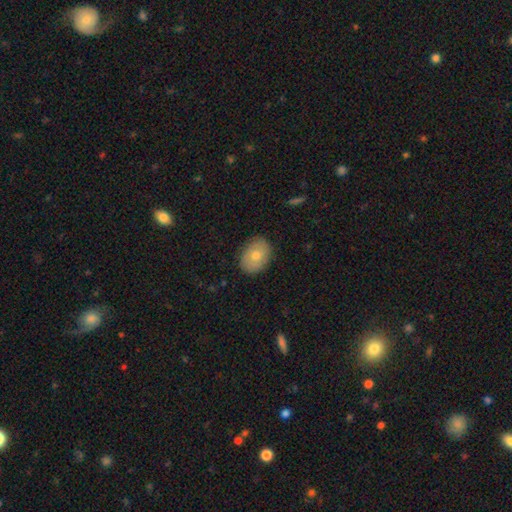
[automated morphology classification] A smooth galaxy with no disk features (68%) that is in between round and cigar-shaped (75%).

Vote fractions:
- Smooth or featured? smooth: 68% / featured or disk: 24% / star or artifact: 8%
- How rounded? in between: 75% / round: 24% / cigar-shaped: 1%
- Merging? none: 87% / minor disturbance: 10% / major disturbance: 2% / merger: 1%